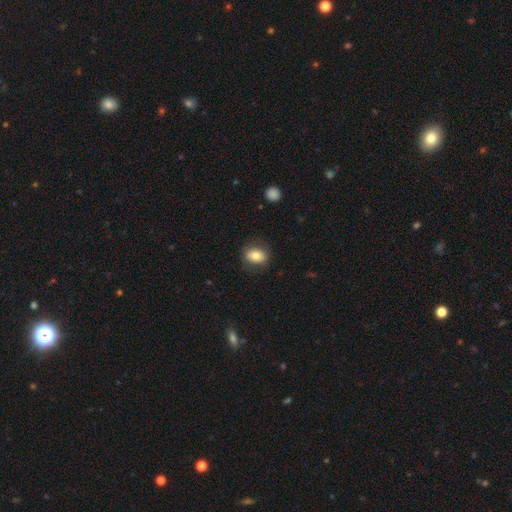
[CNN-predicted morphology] The model was most divided on "how rounded": in between: 60%, round: 39%, cigar-shaped: 1%. More confident: merging — none (80%); smooth or featured — smooth (76%).